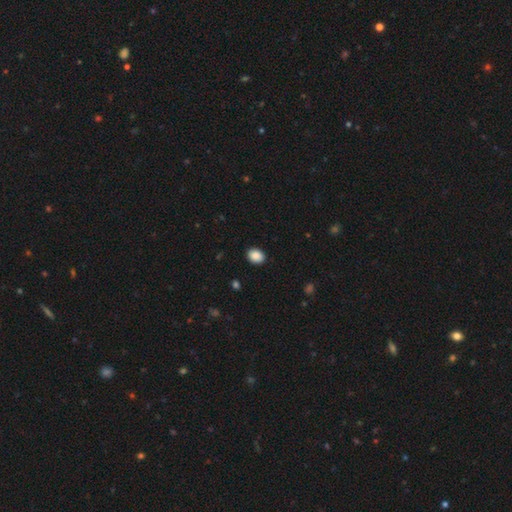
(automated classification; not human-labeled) The model was most divided on "how rounded": in between: 63%, round: 36%, cigar-shaped: 1%. More confident: merging — none (90%); smooth or featured — smooth (89%).